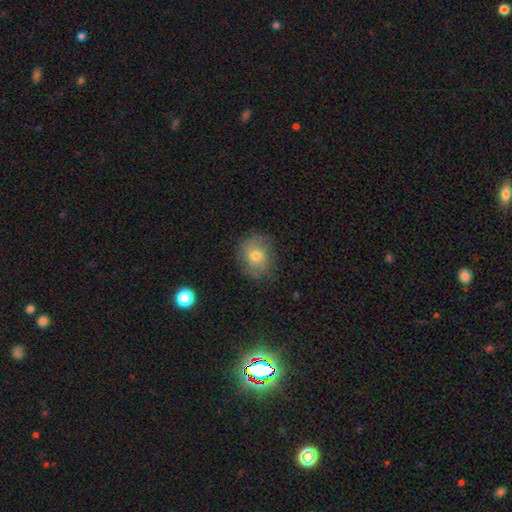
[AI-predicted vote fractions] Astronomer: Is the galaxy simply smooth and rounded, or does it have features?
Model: smooth — 67%.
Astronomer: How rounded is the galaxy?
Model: round — 71%.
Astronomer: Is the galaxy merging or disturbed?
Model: none — 74%.